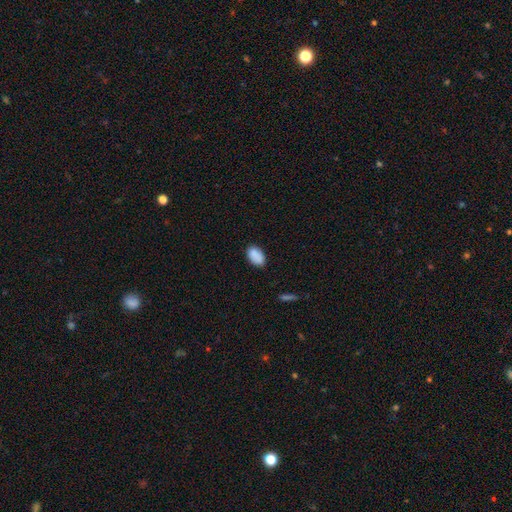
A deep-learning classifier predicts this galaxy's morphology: A smooth galaxy with no disk features (88%) that is in between round and cigar-shaped (92%). Merging: none (83%).